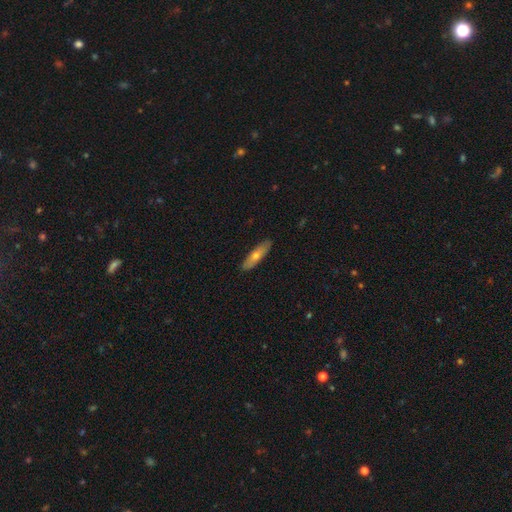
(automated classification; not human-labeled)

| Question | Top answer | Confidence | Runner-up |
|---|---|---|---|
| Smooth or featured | smooth | 56% | featured or disk (38%) |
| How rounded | cigar-shaped | 69% | in between (28%) |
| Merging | none | 89% | minor disturbance (8%) |